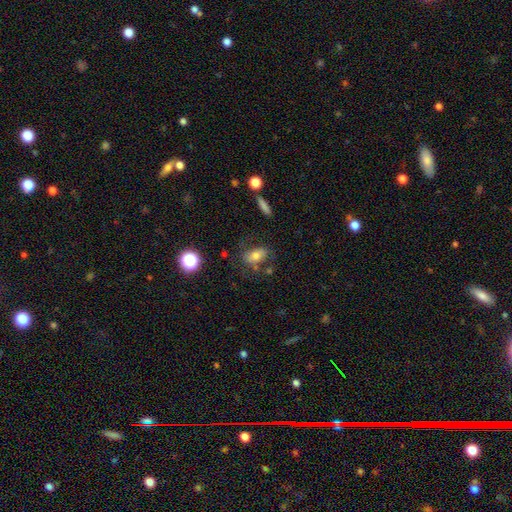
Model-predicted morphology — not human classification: smooth-or-featured: smooth: 67% | featured or disk: 21% | star or artifact: 12%
  how-rounded: in between: 83% | round: 13% | cigar-shaped: 4%
  merging: none: 63% | minor disturbance: 20% | major disturbance: 10% | merger: 7%